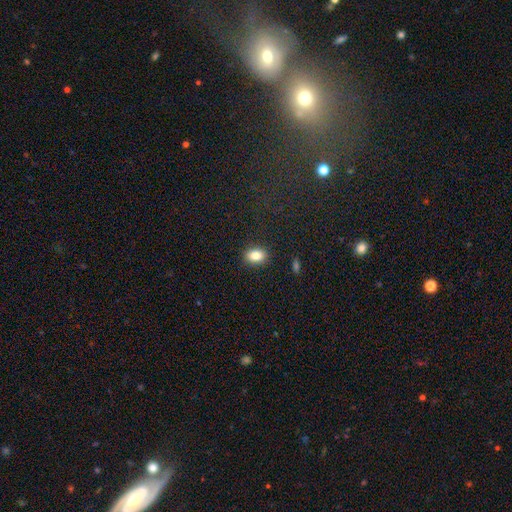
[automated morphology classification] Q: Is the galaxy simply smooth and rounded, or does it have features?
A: smooth — 84%.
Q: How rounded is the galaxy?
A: in between — 76%.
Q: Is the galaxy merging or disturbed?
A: none — 88%.